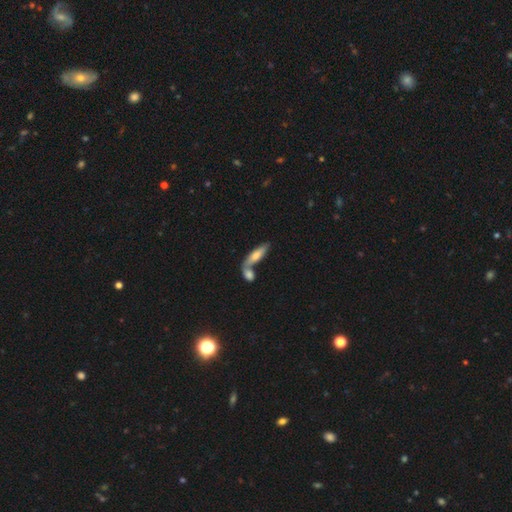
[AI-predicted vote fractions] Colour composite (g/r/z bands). It shows a smooth galaxy with no disk features (64%) that is cigar-shaped (51%). Merging: merger (49%).